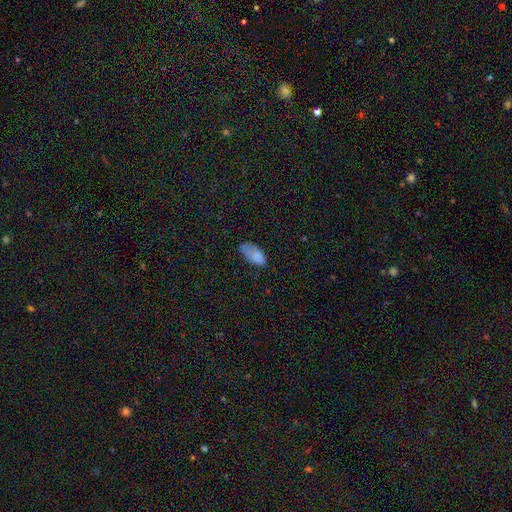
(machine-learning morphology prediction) Smooth or featured: smooth — 81% (star or artifact — 10%)
How rounded: in between — 92% (cigar-shaped — 6%)
Merging: none — 51% (minor disturbance — 34%)